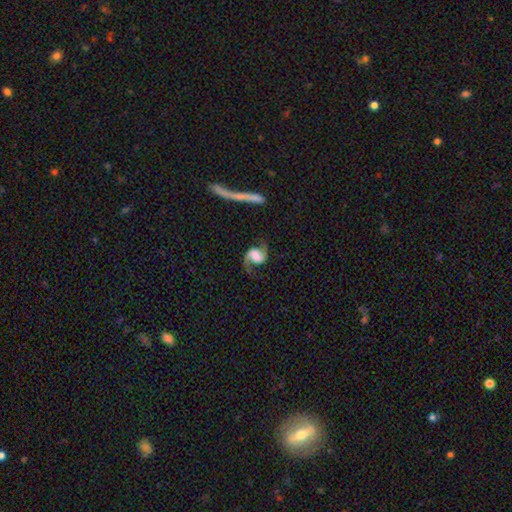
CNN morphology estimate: A featured or disk galaxy (86%) with no bar (42%), 2 (93%) loose (51%) spiral arms (97%) and a large central bulge (35%). Merging: none (73%).